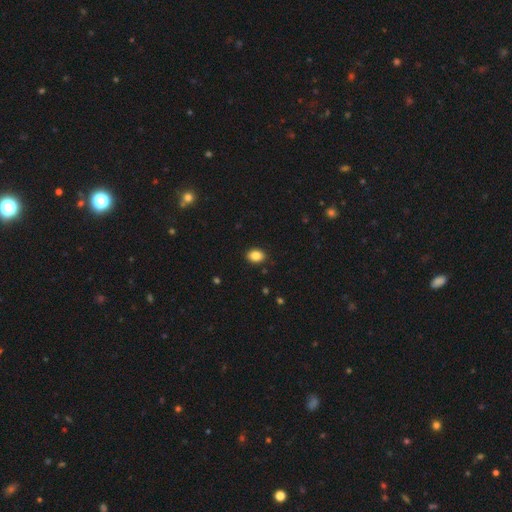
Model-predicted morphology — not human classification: Smooth or featured: smooth — 86% (star or artifact — 9%)
How rounded: in between — 66% (round — 33%)
Merging: none — 89% (minor disturbance — 8%)